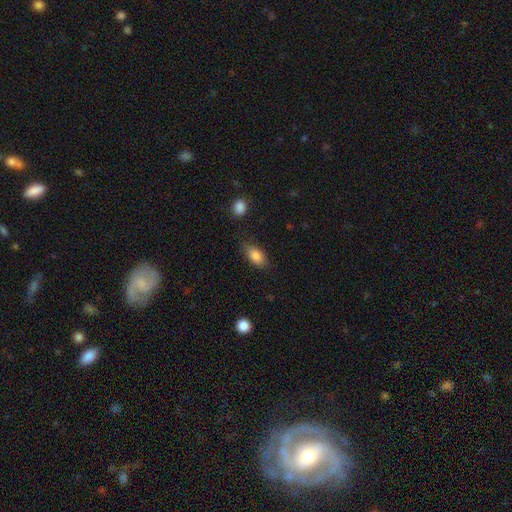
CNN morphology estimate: Smooth or featured? smooth (85%)
How rounded? in between (88%)
Merging? none (73%)